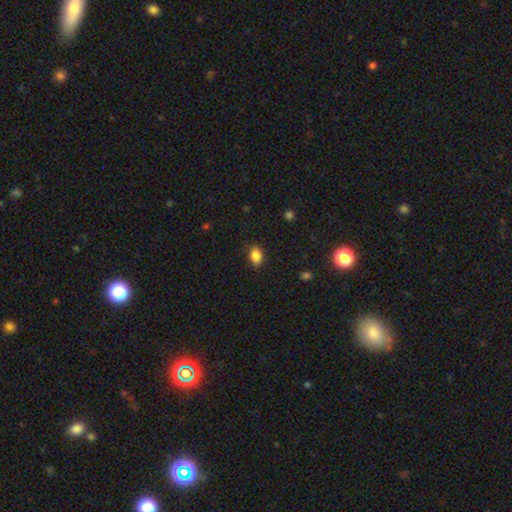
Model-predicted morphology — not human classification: Overall: smooth (86%). How rounded: in between (83%). Merging: none (86%).